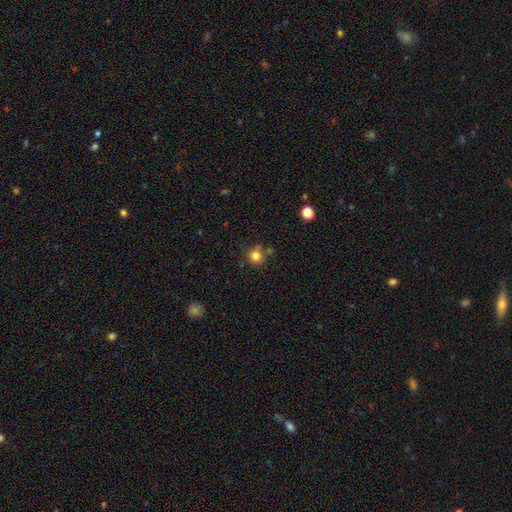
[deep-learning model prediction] This appears to be a smooth galaxy with no disk features (81%) that is round (90%). Merging: none (74%).